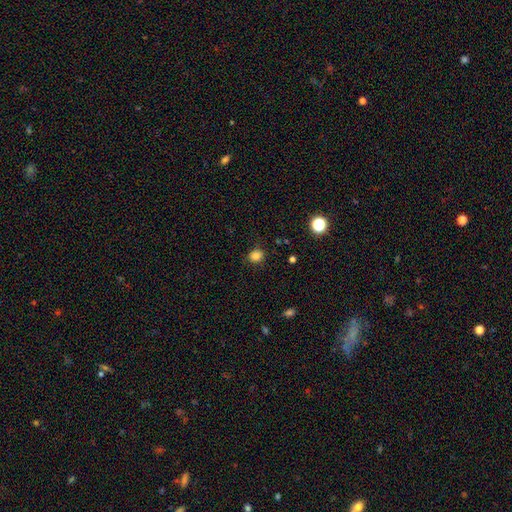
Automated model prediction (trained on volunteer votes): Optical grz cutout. It shows a smooth galaxy with no disk features (83%) that is round (68%). Merging: none (83%).